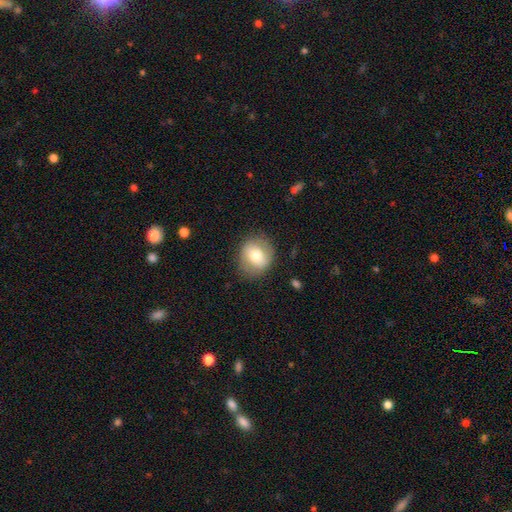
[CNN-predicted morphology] type=smooth (68%); roundness=round (76%); merging=none (81%).